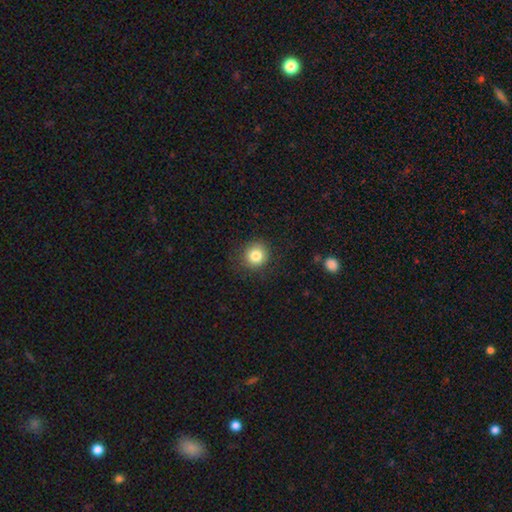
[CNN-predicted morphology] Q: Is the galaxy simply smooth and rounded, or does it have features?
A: smooth — 82%.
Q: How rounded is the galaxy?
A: round — 91%.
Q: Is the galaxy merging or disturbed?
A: none — 87%.